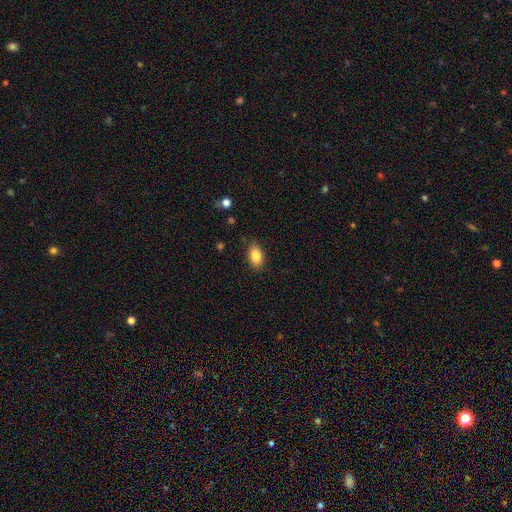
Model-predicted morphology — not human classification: The model was most divided on "merging": none: 86%, minor disturbance: 10%, major disturbance: 3%, merger: 1%. More confident: how rounded — in between (90%); smooth or featured — smooth (86%).